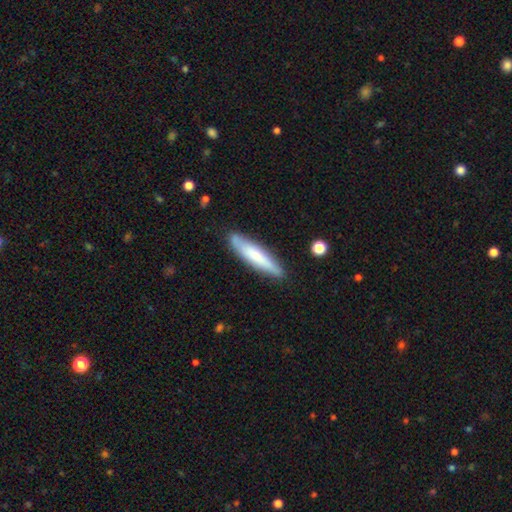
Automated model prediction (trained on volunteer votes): Smooth or featured? Predicted: smooth (p=0.63). How rounded? Predicted: cigar-shaped (p=0.85). Merging? Predicted: none (p=0.83).